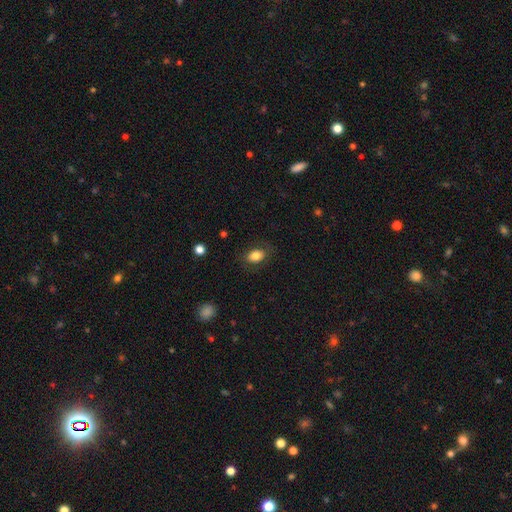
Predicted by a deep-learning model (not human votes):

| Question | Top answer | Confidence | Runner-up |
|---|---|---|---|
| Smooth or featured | smooth | 83% | featured or disk (9%) |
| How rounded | in between | 79% | round (19%) |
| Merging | none | 81% | minor disturbance (13%) |